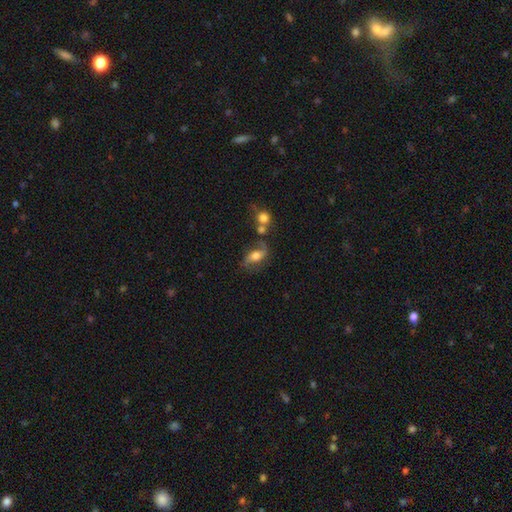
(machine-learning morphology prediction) Overall: featured or disk (71%). Edge-on disk: no (94%). Bar: no (43%; weak 36%). Spiral arms: yes (92%). Spiral arm count: 2 (91%). Spiral winding: loose (62%; medium 30%). Bulge size: moderate (61%; large 22%). Merging: none (60%).